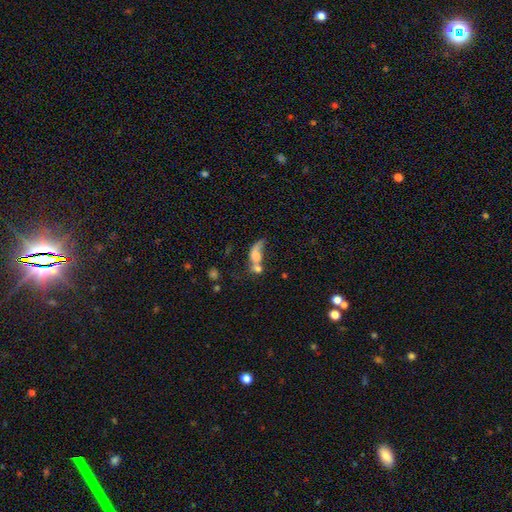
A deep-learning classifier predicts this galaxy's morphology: Smooth or featured: smooth — 54% (featured or disk — 34%)
How rounded: in between — 61% (round — 27%)
Merging: merger — 60% (major disturbance — 17%)